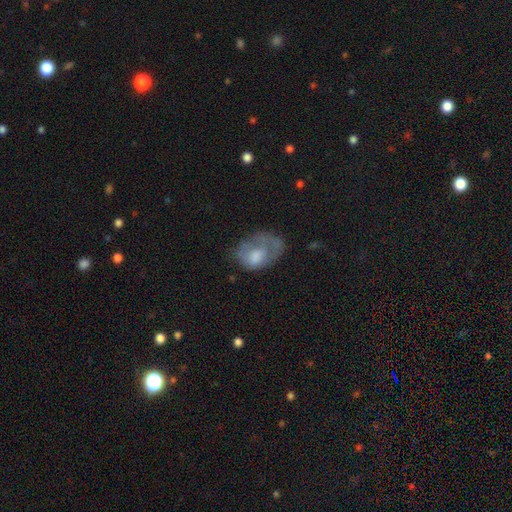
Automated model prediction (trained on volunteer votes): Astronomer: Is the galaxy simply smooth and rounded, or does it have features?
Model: smooth — 52% (runner-up: featured or disk, 39%).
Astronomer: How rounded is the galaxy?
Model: in between — 80%.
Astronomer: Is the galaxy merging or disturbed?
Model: none — 37% (runner-up: major disturbance, 32%).